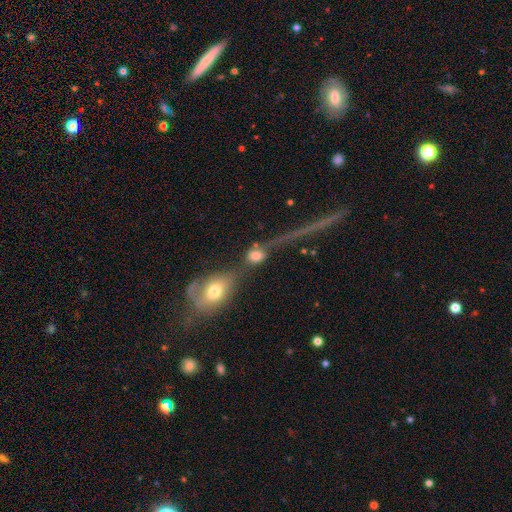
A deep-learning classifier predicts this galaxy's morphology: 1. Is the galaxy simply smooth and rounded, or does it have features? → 64% smooth, 22% featured or disk, 14% star or artifact.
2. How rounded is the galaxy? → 48% in between, 46% round, 6% cigar-shaped.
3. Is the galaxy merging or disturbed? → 40% none, 34% merger, 14% major disturbance, 13% minor disturbance.